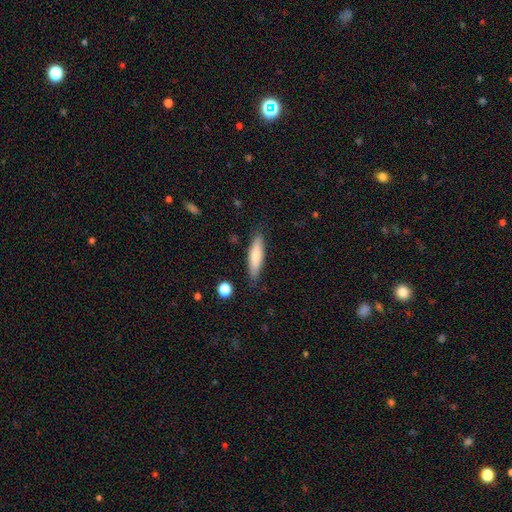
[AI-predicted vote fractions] A smooth galaxy with no disk features (78%) that is cigar-shaped (69%). Merging: none (84%).